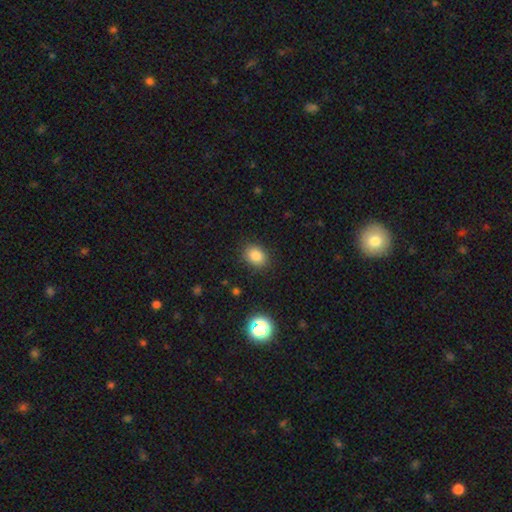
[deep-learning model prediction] This is clearly a smooth galaxy (83%). How rounded: likely in between (61%). Merging: clearly none (87%).